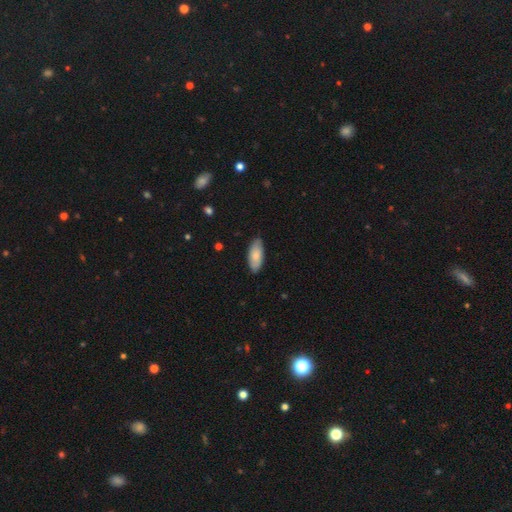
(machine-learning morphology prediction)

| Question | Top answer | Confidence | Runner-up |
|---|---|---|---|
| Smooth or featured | smooth | 78% | featured or disk (17%) |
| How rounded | in between | 84% | cigar-shaped (14%) |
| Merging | none | 84% | minor disturbance (14%) |